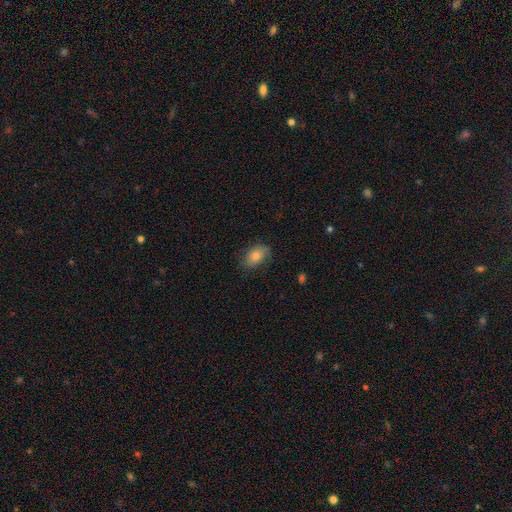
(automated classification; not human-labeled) A smooth galaxy with no disk features (79%) that is in between round and cigar-shaped (88%).

Vote fractions:
- Smooth or featured? smooth: 79% / featured or disk: 12% / star or artifact: 9%
- How rounded? in between: 88% / round: 10% / cigar-shaped: 2%
- Merging? none: 80% / minor disturbance: 16% / major disturbance: 3% / merger: 1%